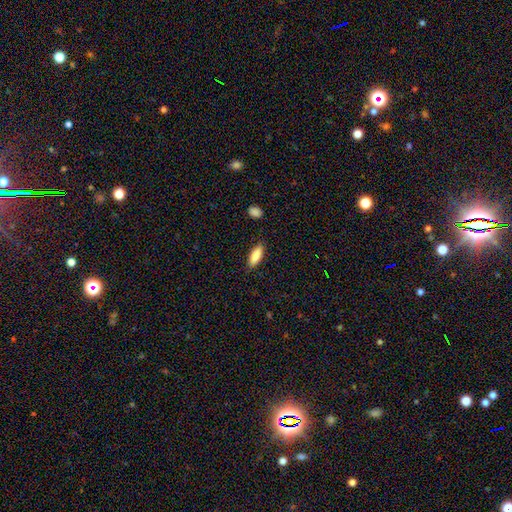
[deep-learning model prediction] smooth_or_featured: smooth (p=0.87) [alt: featured or disk p=0.07]
how_rounded: in between (p=0.70) [alt: cigar-shaped p=0.29]
merging: none (p=0.85) [alt: minor disturbance p=0.11]